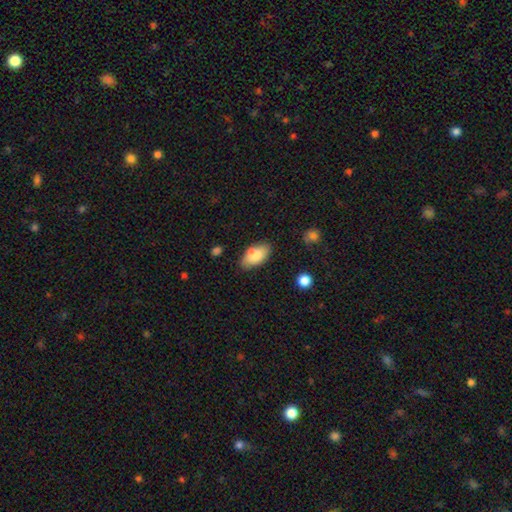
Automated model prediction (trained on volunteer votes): Smooth or featured?
  - smooth: 80% *
  - featured or disk: 13%
  - star or artifact: 7%
How rounded?
  - in between: 92% *
  - cigar-shaped: 5%
  - round: 4%
Merging?
  - none: 70% *
  - minor disturbance: 19%
  - merger: 7%
  - major disturbance: 4%